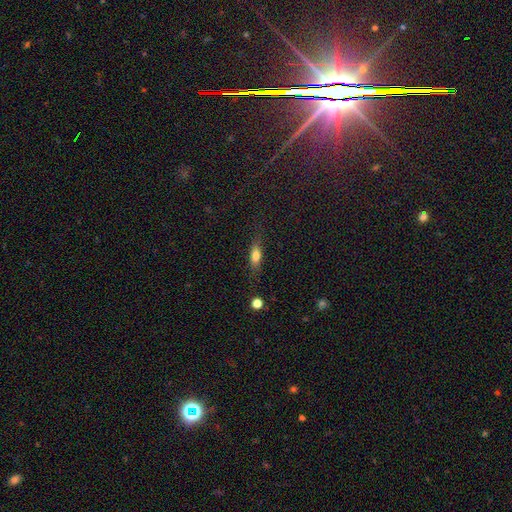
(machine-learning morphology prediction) A smooth galaxy with no disk features (72%) that is in between round and cigar-shaped (61%). Merging: none (74%).